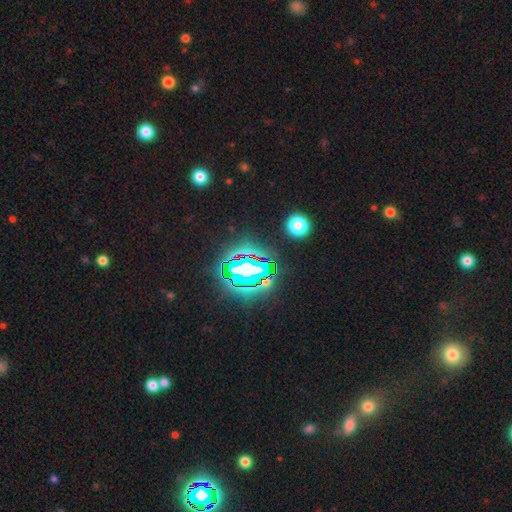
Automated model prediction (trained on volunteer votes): A star or artifact, not a galaxy (83%).

Vote fractions:
- Smooth or featured? star or artifact: 83% / smooth: 11% / featured or disk: 7%